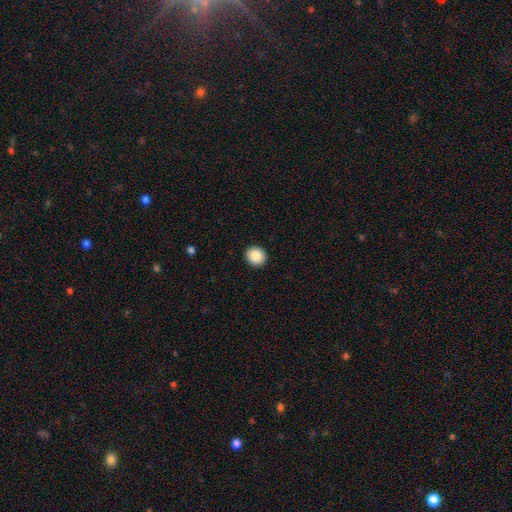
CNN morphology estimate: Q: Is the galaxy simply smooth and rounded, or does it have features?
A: smooth — 87%.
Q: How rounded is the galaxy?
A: round — 85%.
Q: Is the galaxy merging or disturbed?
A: none — 93%.